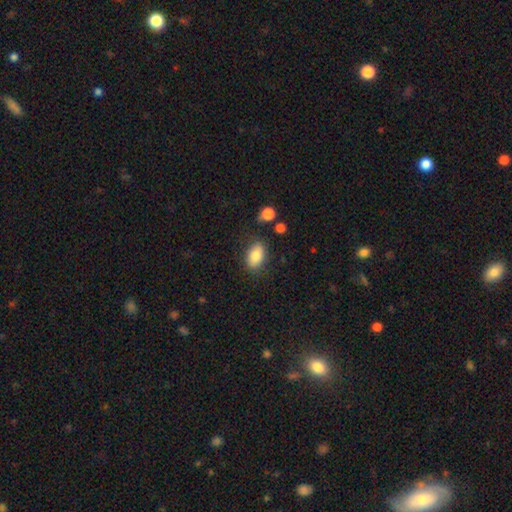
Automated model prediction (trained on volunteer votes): A smooth galaxy with no disk features (81%) that is in between round and cigar-shaped (88%). Merging: none (81%).